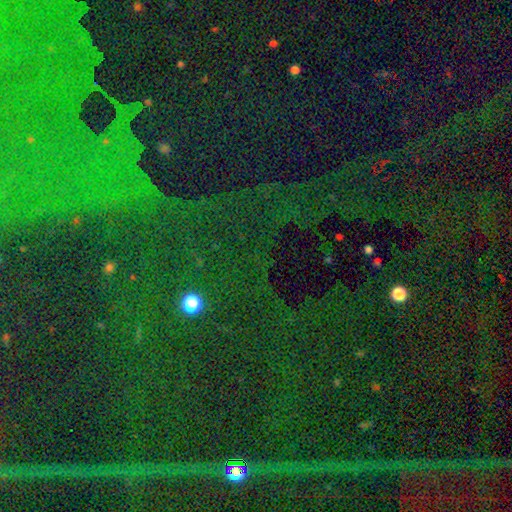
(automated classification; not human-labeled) A star or artifact, not a galaxy (80%).